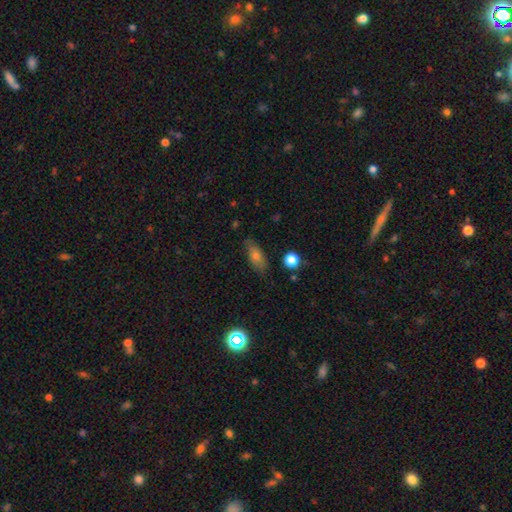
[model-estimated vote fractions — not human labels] Smooth or featured?
  - smooth: 68% *
  - featured or disk: 19%
  - star or artifact: 13%
How rounded?
  - in between: 74% *
  - cigar-shaped: 19%
  - round: 7%
Merging?
  - none: 77% *
  - minor disturbance: 17%
  - major disturbance: 4%
  - merger: 2%